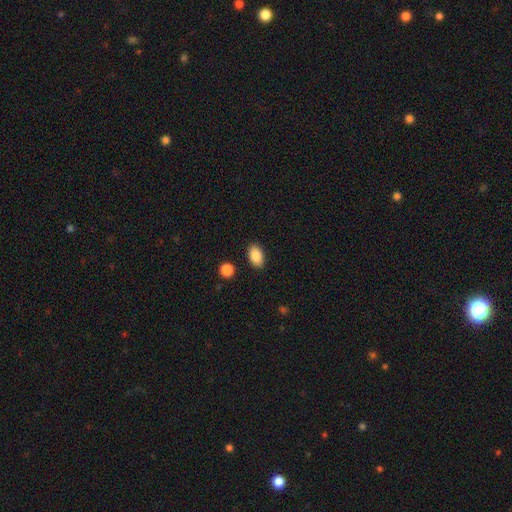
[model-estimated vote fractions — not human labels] This is clearly a smooth galaxy (88%). How rounded: clearly in between (91%). Merging: clearly none (88%).